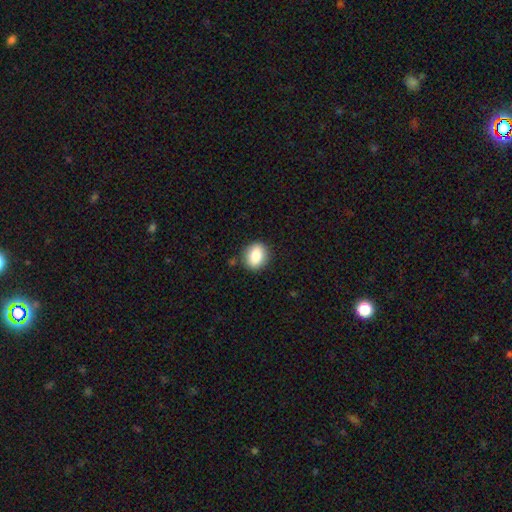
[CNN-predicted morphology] type=smooth (83%); roundness=round (56%); merging=none (88%).